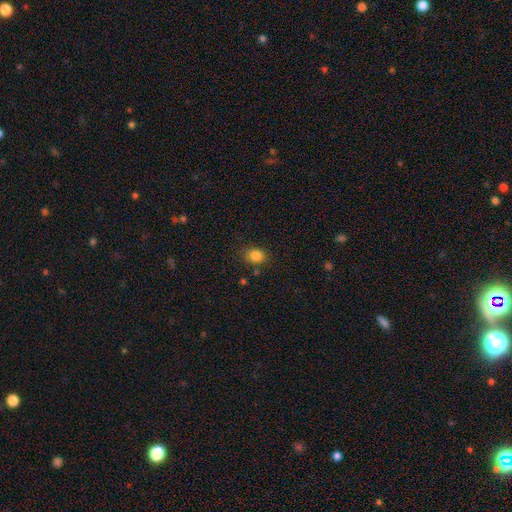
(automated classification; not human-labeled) Smooth or featured? smooth (84%)
How rounded? round (54%)
Merging? none (80%)